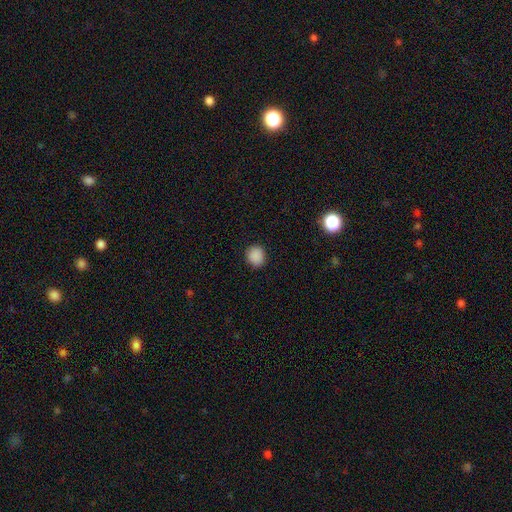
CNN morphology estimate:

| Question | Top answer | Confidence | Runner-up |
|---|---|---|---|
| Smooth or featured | smooth | 88% | star or artifact (9%) |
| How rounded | round | 73% | in between (26%) |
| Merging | none | 89% | minor disturbance (8%) |